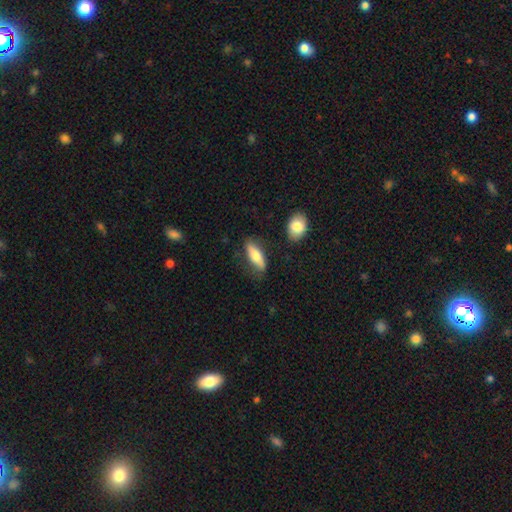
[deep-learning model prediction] A smooth galaxy with no disk features (71%) that is in between round and cigar-shaped (58%). Merging: none (74%).